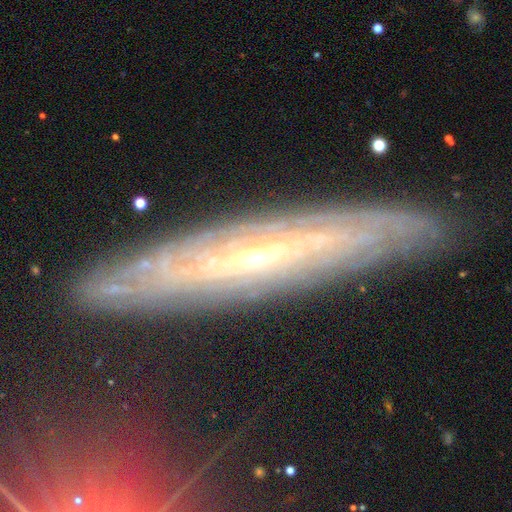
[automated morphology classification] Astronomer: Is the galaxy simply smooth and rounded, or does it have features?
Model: featured or disk — 78%.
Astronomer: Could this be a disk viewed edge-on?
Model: yes — 58% (runner-up: no, 42%).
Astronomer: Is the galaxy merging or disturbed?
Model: none — 84%.